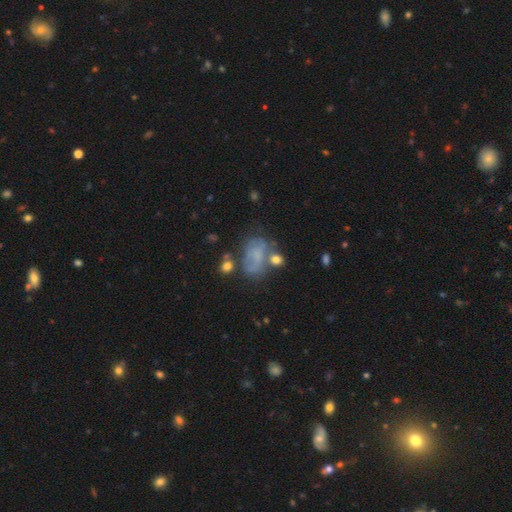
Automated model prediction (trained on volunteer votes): Overall: smooth (46%; featured or disk 38%). Merging: none (37%; minor disturbance 24%).